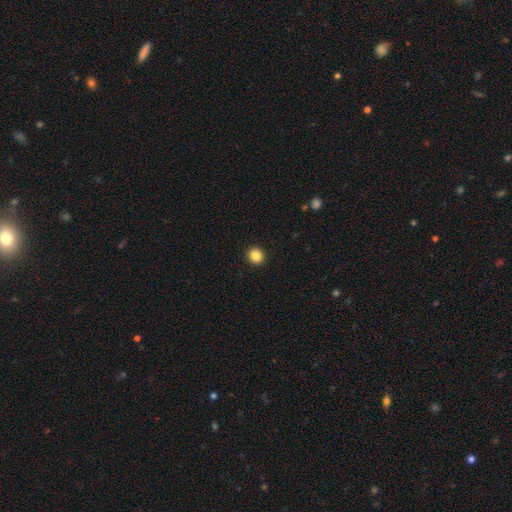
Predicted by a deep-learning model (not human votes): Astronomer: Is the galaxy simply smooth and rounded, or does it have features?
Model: smooth — 85%.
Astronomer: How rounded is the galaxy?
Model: round — 90%.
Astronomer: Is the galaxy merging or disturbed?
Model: none — 93%.